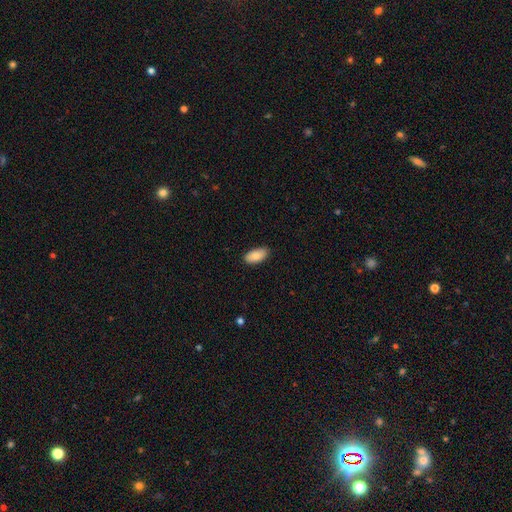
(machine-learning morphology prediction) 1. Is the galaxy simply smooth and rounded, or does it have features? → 87% smooth, 7% featured or disk, 6% star or artifact.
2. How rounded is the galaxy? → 93% in between, 4% cigar-shaped, 2% round.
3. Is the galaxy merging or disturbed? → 86% none, 11% minor disturbance, 2% major disturbance, 1% merger.